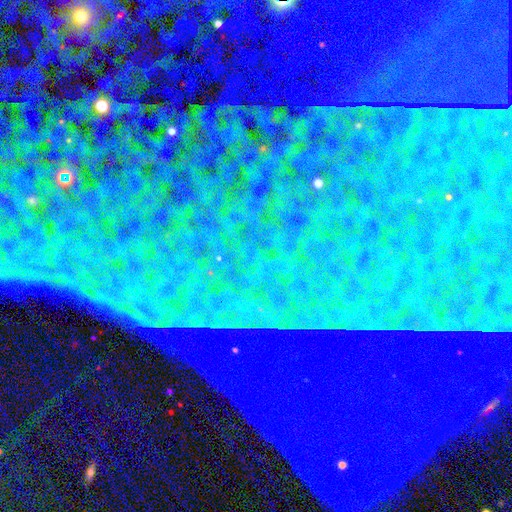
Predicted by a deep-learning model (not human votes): Smooth or featured? star or artifact (87%)